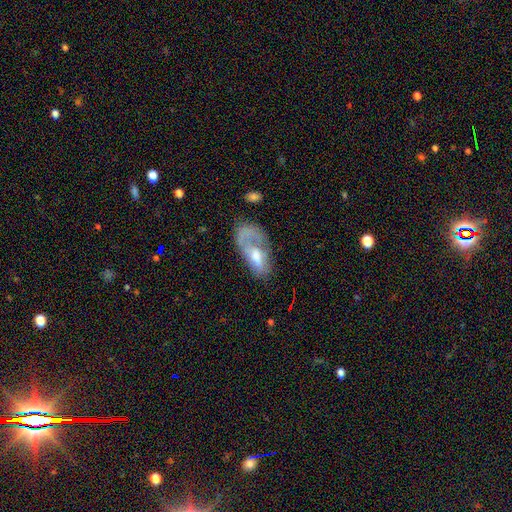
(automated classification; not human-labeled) A featured or disk galaxy (49%). Merging: major disturbance (39%).